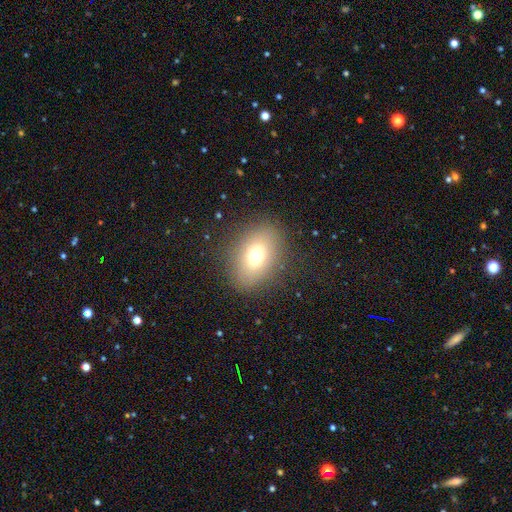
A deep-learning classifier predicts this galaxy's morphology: Overall: smooth (71%). How rounded: in between (72%). Merging: none (84%).